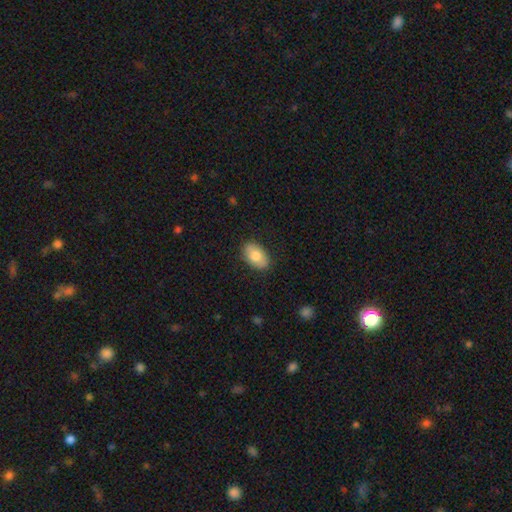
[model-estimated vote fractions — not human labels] Morphology: type=smooth (77%); roundness=in between (90%); merging=none (84%).